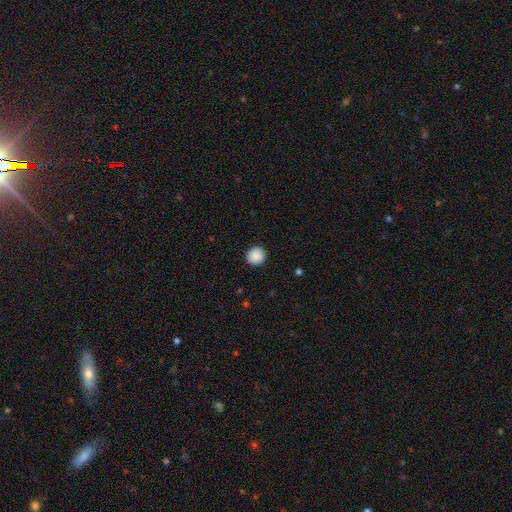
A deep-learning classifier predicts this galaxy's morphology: The model was most divided on "smooth or featured": smooth: 89%, star or artifact: 8%, featured or disk: 3%. More confident: how rounded — round (95%); merging — none (93%).